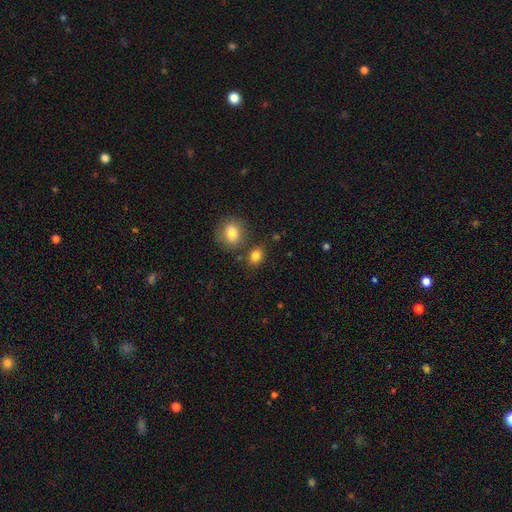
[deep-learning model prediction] Smooth or featured? Predicted: smooth (p=0.83). How rounded? Predicted: in between (p=0.57). Merging? Predicted: none (p=0.72).